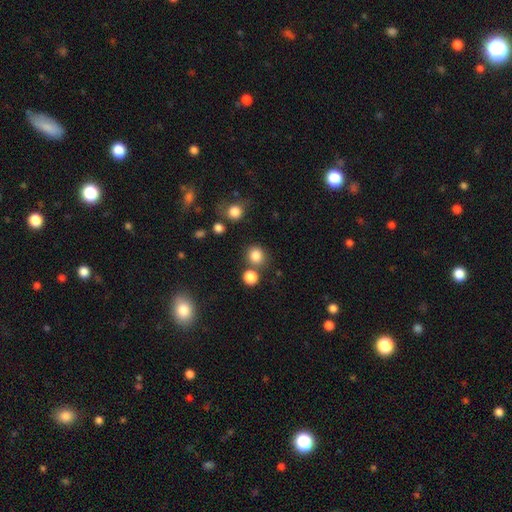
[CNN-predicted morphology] The model was most divided on "merging": none: 74%, merger: 14%, minor disturbance: 9%, major disturbance: 4%. More confident: how rounded — round (84%); smooth or featured — smooth (82%).